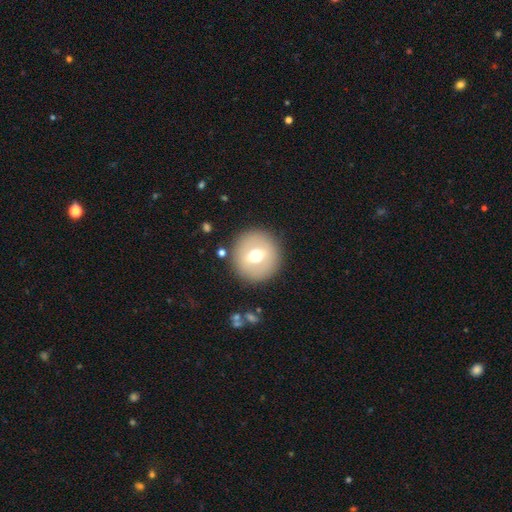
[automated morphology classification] smooth_or_featured: smooth (p=0.62) [alt: featured or disk p=0.28]
how_rounded: round (p=0.94) [alt: in between p=0.05]
merging: none (p=0.89) [alt: minor disturbance p=0.07]